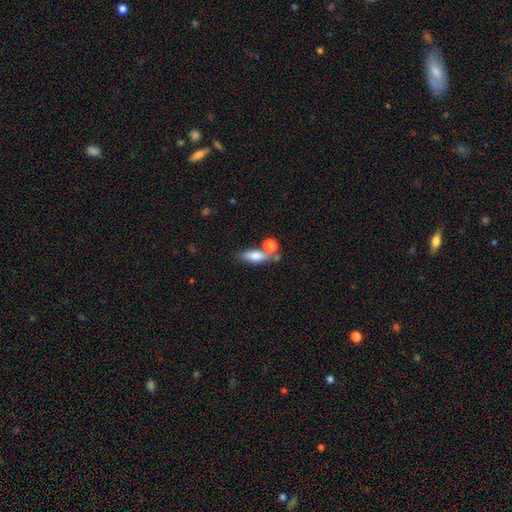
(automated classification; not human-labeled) This is likely a smooth galaxy (74%). How rounded: likely in between (67%). Merging: possibly none (52%).